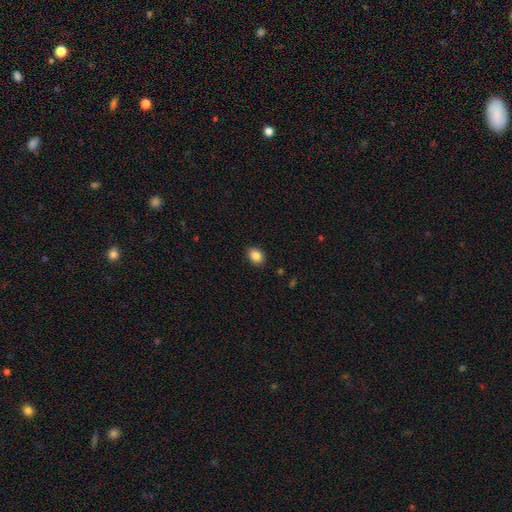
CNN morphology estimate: smooth-or-featured: smooth: 87% | star or artifact: 9% | featured or disk: 4%
  how-rounded: in between: 66% | round: 33% | cigar-shaped: 1%
  merging: none: 88% | minor disturbance: 9% | major disturbance: 2% | merger: 1%